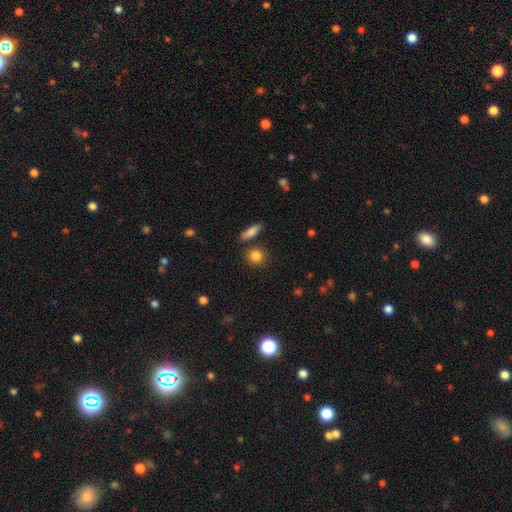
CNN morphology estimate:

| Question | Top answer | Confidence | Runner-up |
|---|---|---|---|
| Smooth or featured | smooth | 86% | star or artifact (9%) |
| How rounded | round | 79% | in between (18%) |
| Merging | none | 81% | minor disturbance (9%) |